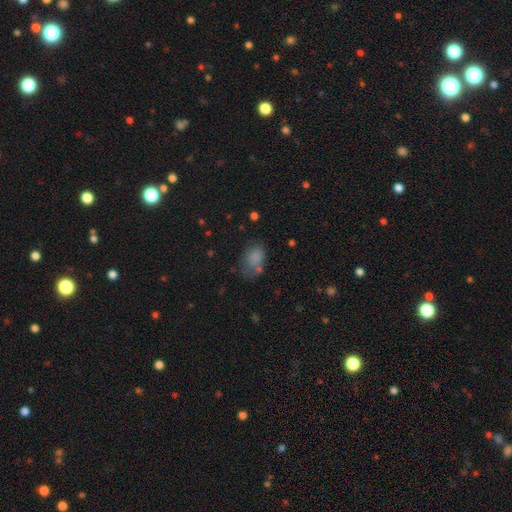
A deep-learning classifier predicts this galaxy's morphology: Overall: smooth (72%). How rounded: in between (74%). Merging: none (52%; minor disturbance 26%).